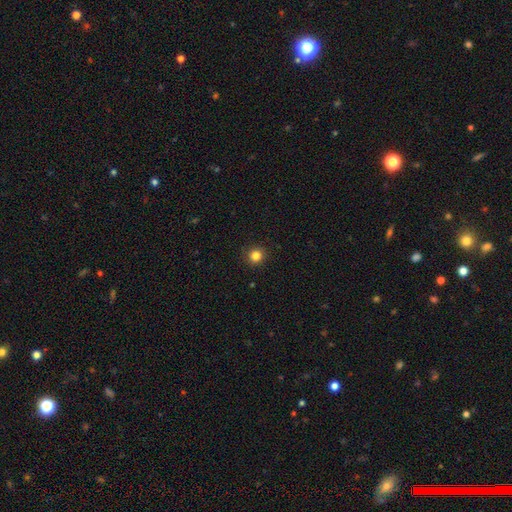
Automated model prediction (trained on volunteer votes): This appears to be a smooth galaxy with no disk features (84%) that is round (93%). Merging: none (91%).